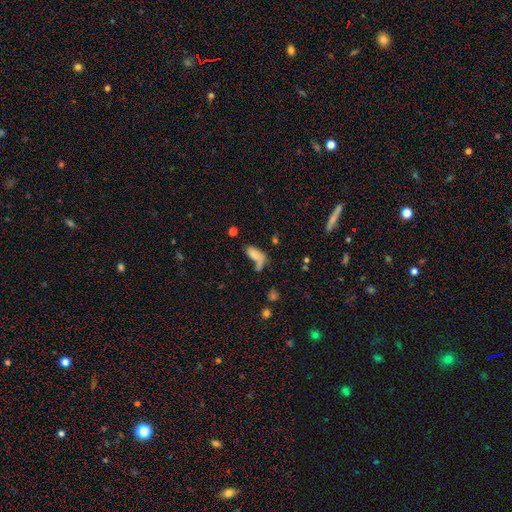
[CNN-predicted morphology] This is likely a smooth galaxy (76%). How rounded: clearly in between (81%). Merging: marginally none (36%).